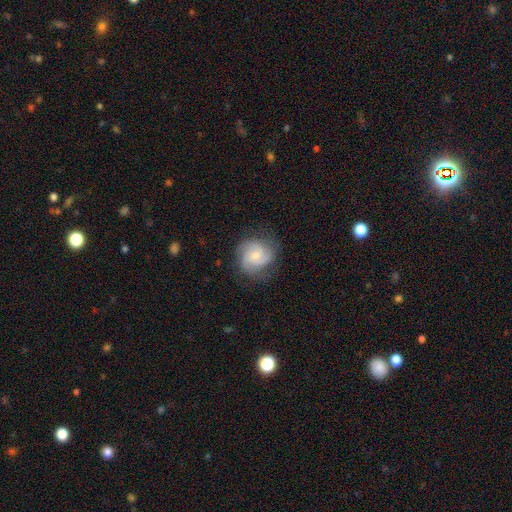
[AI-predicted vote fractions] A featured or disk galaxy (74%) with no bar (69%), 3 (45%) medium (45%) spiral arms (95%) and a small central bulge (60%). Merging: none (74%).